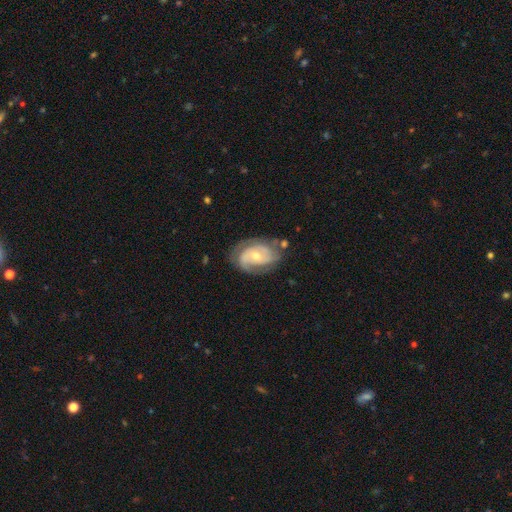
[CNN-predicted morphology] This appears to be a featured or disk galaxy (81%) with no bar (62%), 2 (54%) tight (48%) spiral arms (92%) and a moderate central bulge (49%). Merging: none (64%).